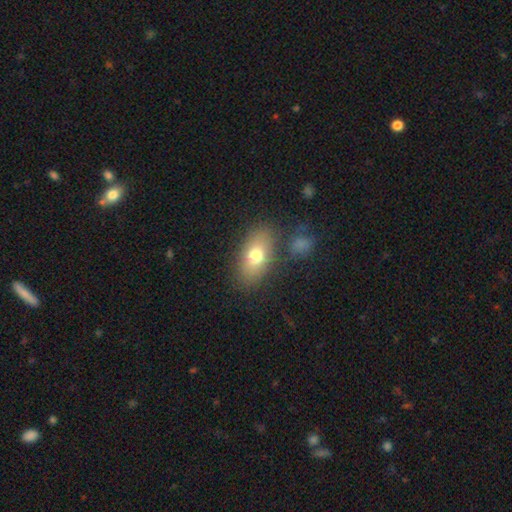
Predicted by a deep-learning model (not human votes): Overall: smooth (73%). How rounded: in between (85%). Merging: none (76%).